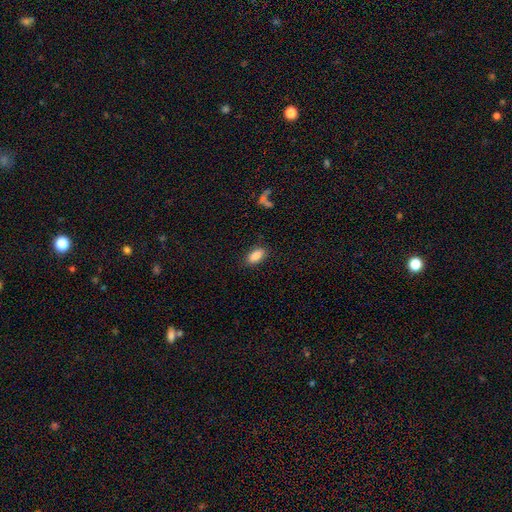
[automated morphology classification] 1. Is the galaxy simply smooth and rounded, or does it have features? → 87% smooth, 8% star or artifact, 6% featured or disk.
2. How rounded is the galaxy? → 91% in between, 5% cigar-shaped, 4% round.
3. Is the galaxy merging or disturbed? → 86% none, 9% minor disturbance, 3% major disturbance, 2% merger.